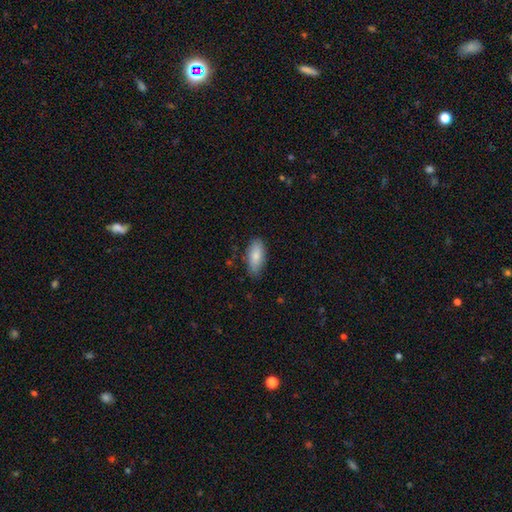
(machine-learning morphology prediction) Overall: smooth (83%). How rounded: in between (87%). Merging: none (79%).